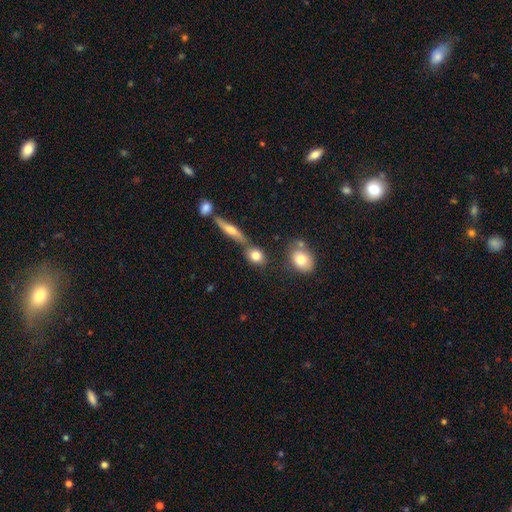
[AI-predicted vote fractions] smooth_or_featured: smooth (p=0.79) [alt: featured or disk p=0.11]
how_rounded: round (p=0.52) [alt: in between p=0.43]
merging: none (p=0.63) [alt: merger p=0.20]